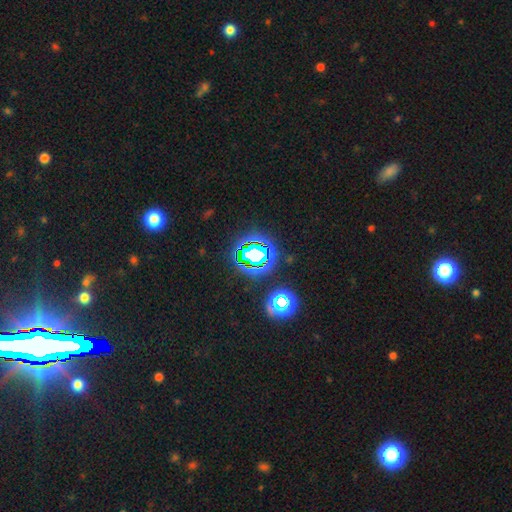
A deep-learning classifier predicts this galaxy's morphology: smooth_or_featured: star or artifact (p=0.68) [alt: smooth p=0.19]